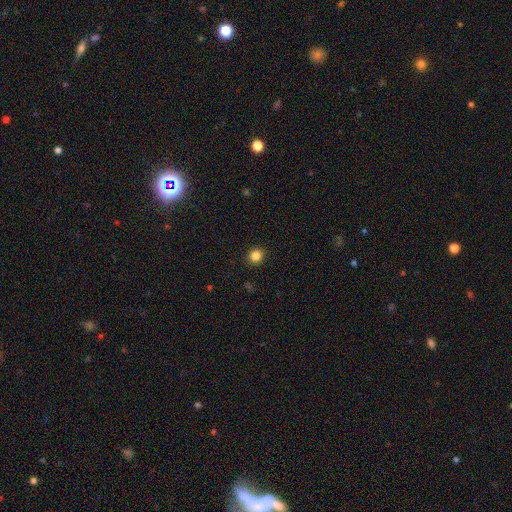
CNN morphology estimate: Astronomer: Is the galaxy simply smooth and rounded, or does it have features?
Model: smooth — 84%.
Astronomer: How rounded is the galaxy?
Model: round — 84%.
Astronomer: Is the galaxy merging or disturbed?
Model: none — 92%.